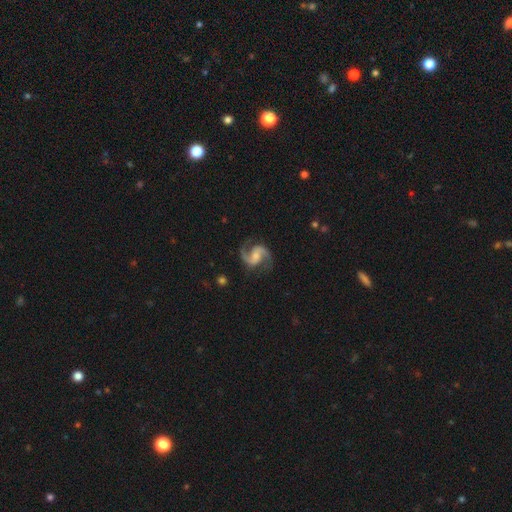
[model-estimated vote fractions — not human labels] Smooth or featured? featured or disk (92%)
Edge-on disk? no (98%)
Bar? weak (43%)
Spiral arms? yes (98%)
Spiral winding? medium (59%)
Spiral arm count? 2 (94%)
Bulge size? small (40%)
Merging? none (82%)